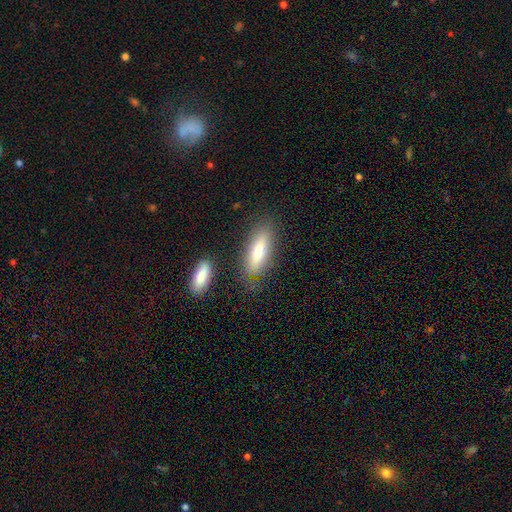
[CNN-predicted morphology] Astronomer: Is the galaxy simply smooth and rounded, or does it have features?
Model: smooth — 76%.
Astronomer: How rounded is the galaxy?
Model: in between — 54% (runner-up: cigar-shaped, 44%).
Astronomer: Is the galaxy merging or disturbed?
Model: none — 77%.